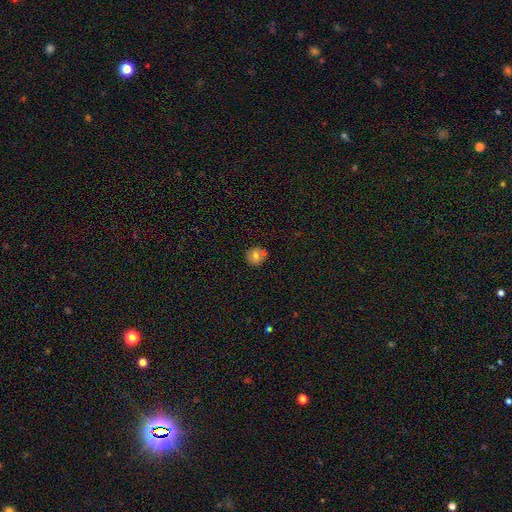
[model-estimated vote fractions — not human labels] Q: Smooth or featured?
A: smooth (69%); runner-up: featured or disk (20%)
Q: How rounded?
A: round (88%); runner-up: in between (11%)
Q: Merging?
A: none (70%); runner-up: merger (16%)